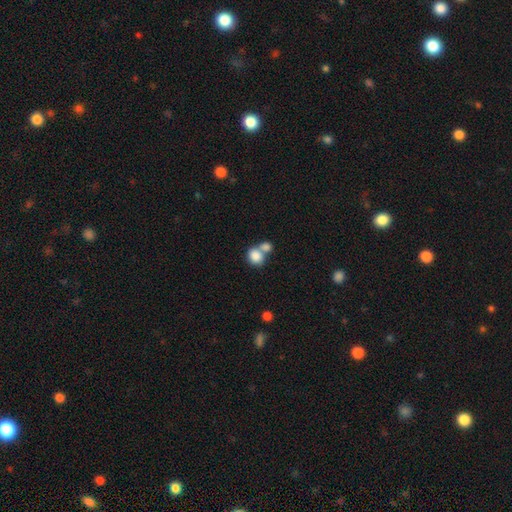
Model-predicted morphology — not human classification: This is clearly a smooth galaxy (83%). How rounded: possibly round (59%). Merging: possibly merger (57%).